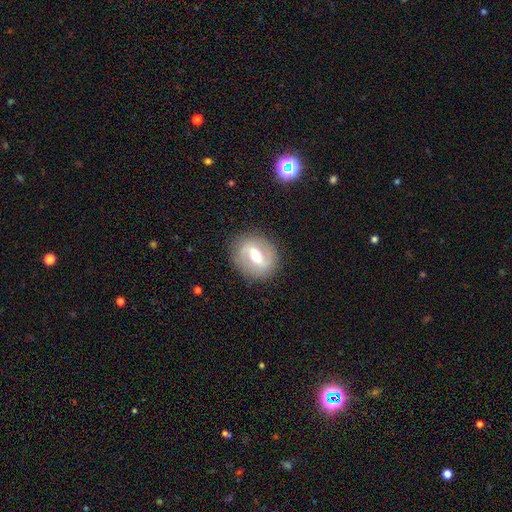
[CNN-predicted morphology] Smooth or featured: featured or disk — 73% (smooth — 21%)
Edge-on disk: no — 94% (yes — 6%)
Bar: strong — 48% (weak — 40%)
Spiral arms: yes — 70% (no — 30%)
Bulge size: moderate — 71% (small — 19%)
Merging: none — 86% (minor disturbance — 9%)